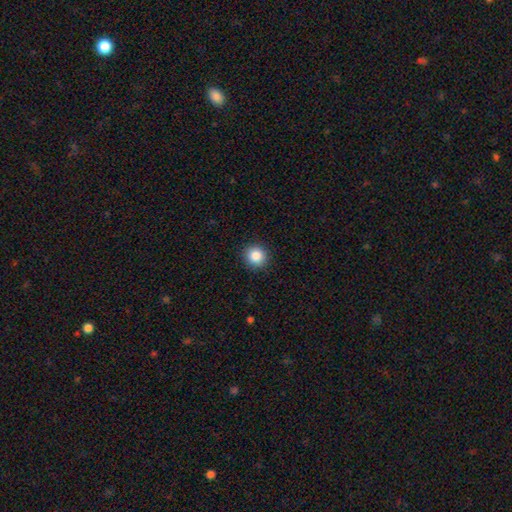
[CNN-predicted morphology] smooth-or-featured: smooth: 86% | star or artifact: 10% | featured or disk: 5%
  how-rounded: round: 93% | in between: 6% | cigar-shaped: 1%
  merging: none: 92% | minor disturbance: 6% | major disturbance: 2% | merger: 1%